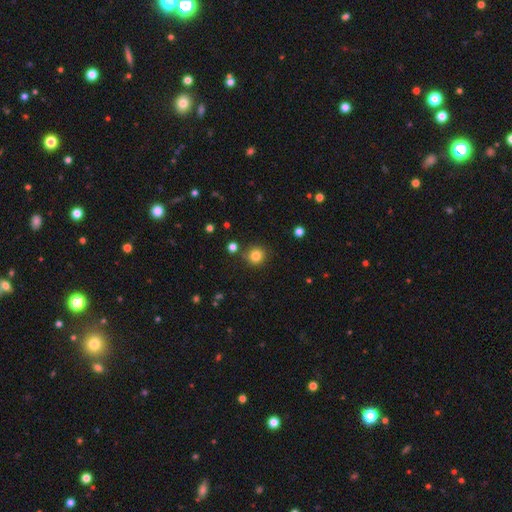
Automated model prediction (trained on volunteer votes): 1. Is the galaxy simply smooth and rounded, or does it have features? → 81% smooth, 13% star or artifact, 6% featured or disk.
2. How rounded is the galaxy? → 93% round, 6% in between, 1% cigar-shaped.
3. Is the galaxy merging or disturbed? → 85% none, 7% minor disturbance, 5% merger, 3% major disturbance.